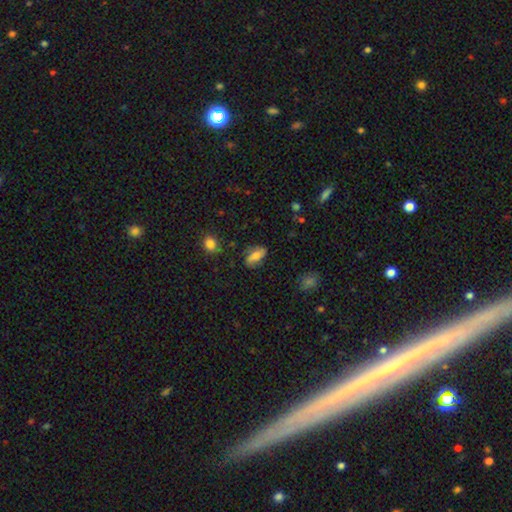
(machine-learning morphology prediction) Smooth or featured? Predicted: smooth (p=0.65). How rounded? Predicted: in between (p=0.85). Merging? Predicted: none (p=0.72).